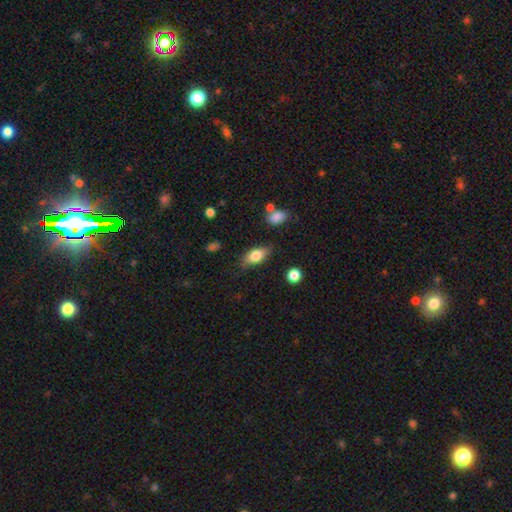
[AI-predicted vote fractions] Smooth or featured?
  - smooth: 75% *
  - featured or disk: 18%
  - star or artifact: 7%
How rounded?
  - in between: 82% *
  - cigar-shaped: 12%
  - round: 6%
Merging?
  - none: 77% *
  - minor disturbance: 16%
  - major disturbance: 4%
  - merger: 2%